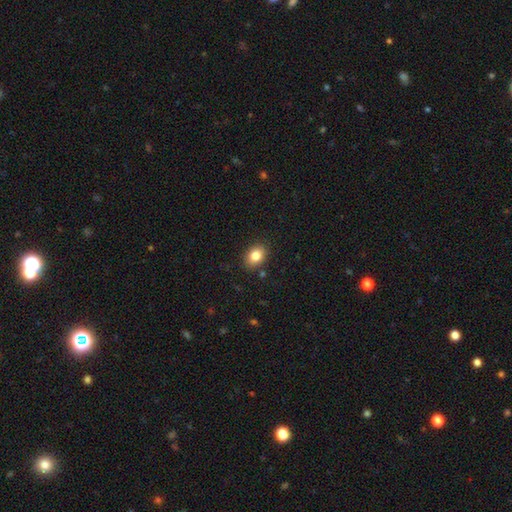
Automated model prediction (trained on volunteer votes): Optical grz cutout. It shows a smooth galaxy with no disk features (83%) that is in between round and cigar-shaped (70%). Merging: none (87%).